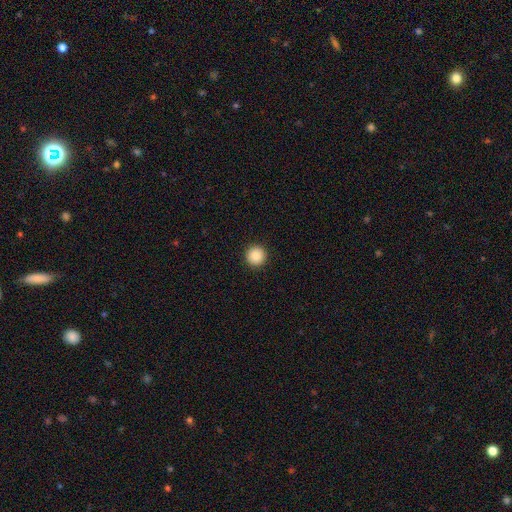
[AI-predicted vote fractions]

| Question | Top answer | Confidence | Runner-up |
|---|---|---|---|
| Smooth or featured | smooth | 88% | star or artifact (9%) |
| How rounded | round | 97% | in between (2%) |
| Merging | none | 94% | minor disturbance (4%) |